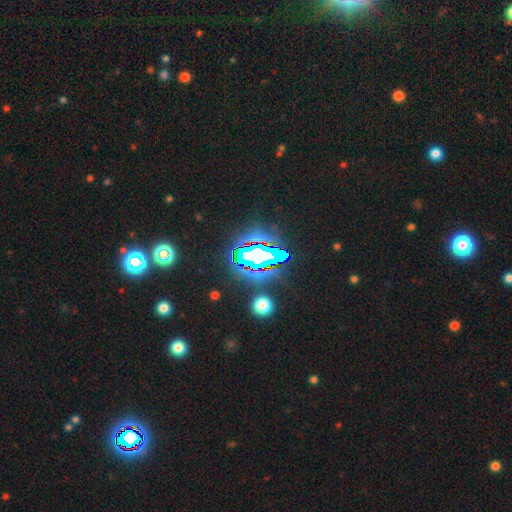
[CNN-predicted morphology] A star or artifact, not a galaxy (76%).

Vote fractions:
- Smooth or featured? star or artifact: 76% / smooth: 13% / featured or disk: 12%